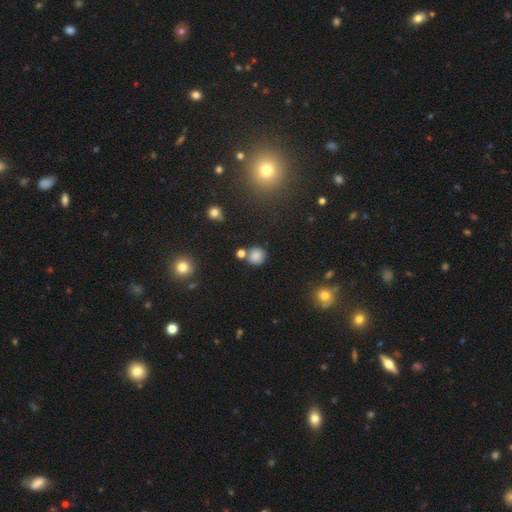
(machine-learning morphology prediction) Overall: smooth (78%). How rounded: round (87%). Merging: none (67%).